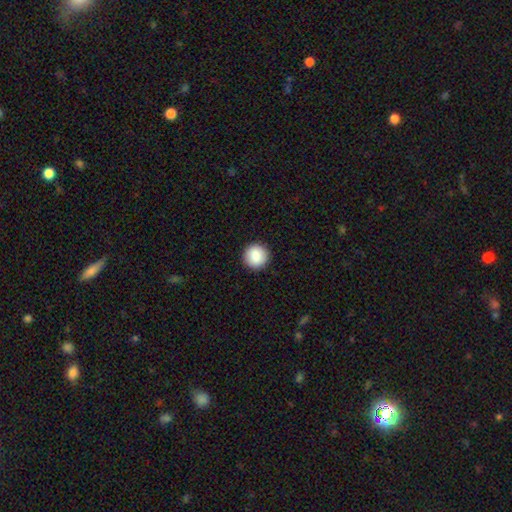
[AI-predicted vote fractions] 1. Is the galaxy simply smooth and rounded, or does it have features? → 88% smooth, 7% star or artifact, 5% featured or disk.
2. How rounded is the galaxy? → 95% round, 4% in between, 1% cigar-shaped.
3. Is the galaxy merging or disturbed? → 92% none, 5% minor disturbance, 2% major disturbance, 1% merger.